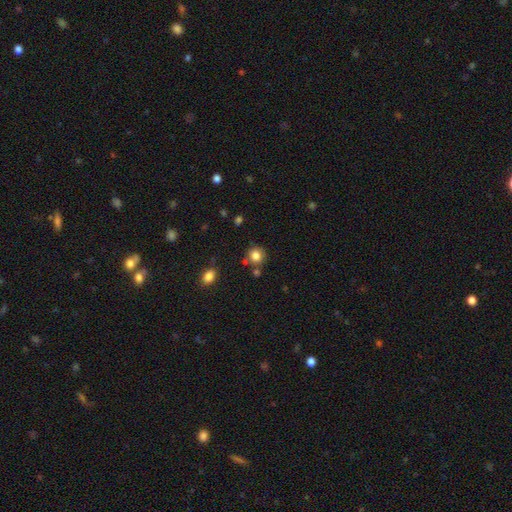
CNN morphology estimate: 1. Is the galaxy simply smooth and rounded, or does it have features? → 82% smooth, 11% star or artifact, 6% featured or disk.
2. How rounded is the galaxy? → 86% round, 13% in between, 1% cigar-shaped.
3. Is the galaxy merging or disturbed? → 75% none, 12% minor disturbance, 10% merger, 3% major disturbance.